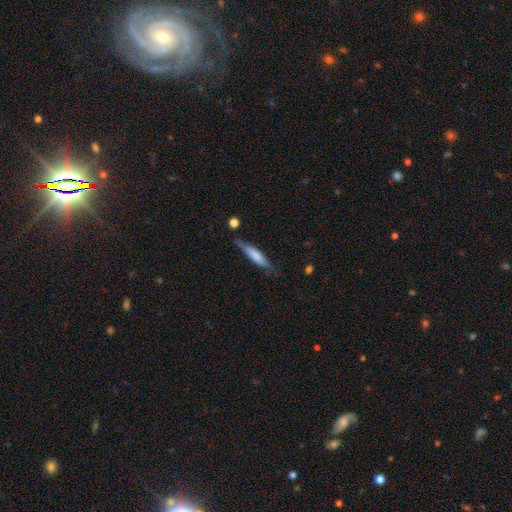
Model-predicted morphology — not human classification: A smooth galaxy with no disk features (65%) that is cigar-shaped (84%).

Vote fractions:
- Smooth or featured? smooth: 65% / featured or disk: 30% / star or artifact: 6%
- How rounded? cigar-shaped: 84% / in between: 14% / round: 1%
- Merging? none: 69% / minor disturbance: 23% / major disturbance: 5% / merger: 3%